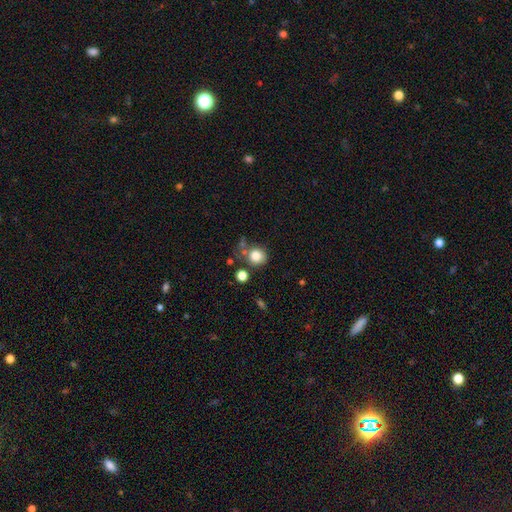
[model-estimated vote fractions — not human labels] smooth 81%, star or artifact 11%, featured or disk 8%. Down the decision tree: how rounded — round (85%); merging — none (62%).